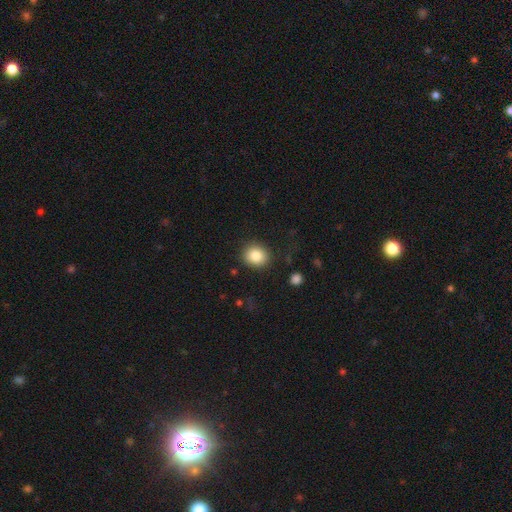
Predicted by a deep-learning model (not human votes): The model was most divided on "how rounded": round: 75%, in between: 24%, cigar-shaped: 1%. More confident: merging — none (86%); smooth or featured — smooth (84%).